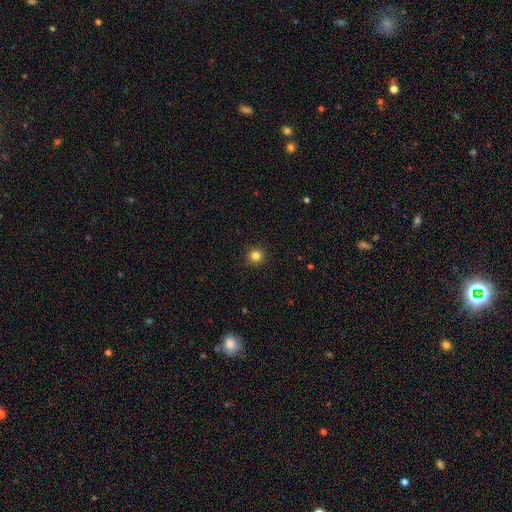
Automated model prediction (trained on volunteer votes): Morphology: type=smooth (82%); roundness=round (95%); merging=none (93%).